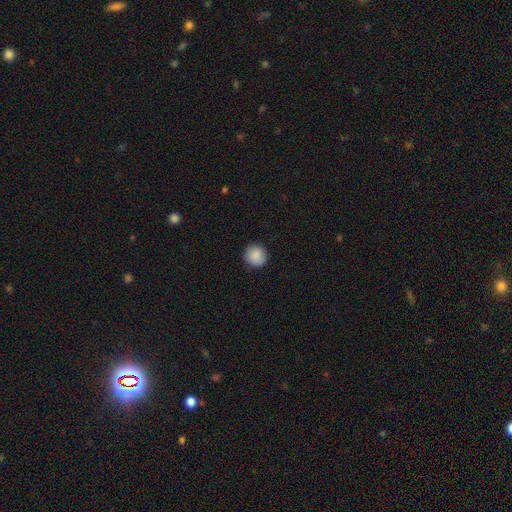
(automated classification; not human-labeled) Overall: smooth (89%). How rounded: round (94%). Merging: none (90%).